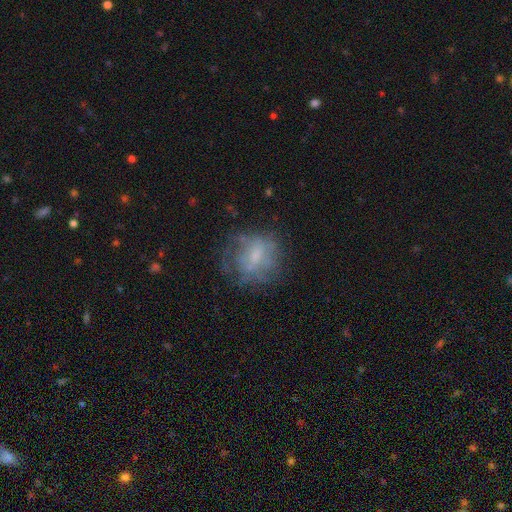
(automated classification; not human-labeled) This appears to be a featured or disk galaxy (47%). Merging: none (54%).